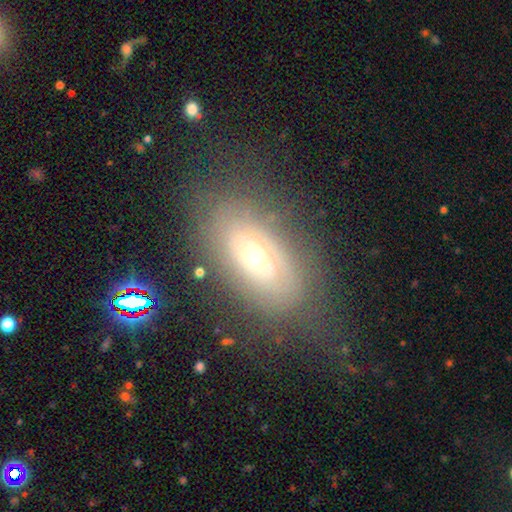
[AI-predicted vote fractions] Smooth or featured? featured or disk (63%)
Edge-on disk? no (86%)
Bar? no (83%)
Spiral arms? no (54%)
Bulge size? moderate (68%)
Merging? none (70%)